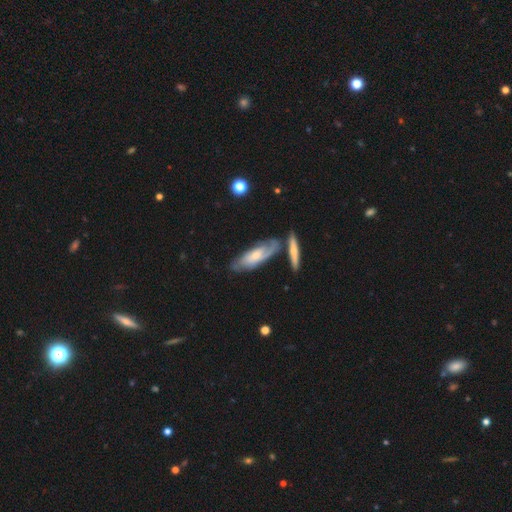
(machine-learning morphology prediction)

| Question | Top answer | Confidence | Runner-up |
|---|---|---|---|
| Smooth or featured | featured or disk | 65% | smooth (30%) |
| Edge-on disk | no | 79% | yes (21%) |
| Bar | no | 63% | weak (31%) |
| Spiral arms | yes | 87% | no (13%) |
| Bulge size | small | 55% | moderate (37%) |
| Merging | none | 58% | minor disturbance (20%) |